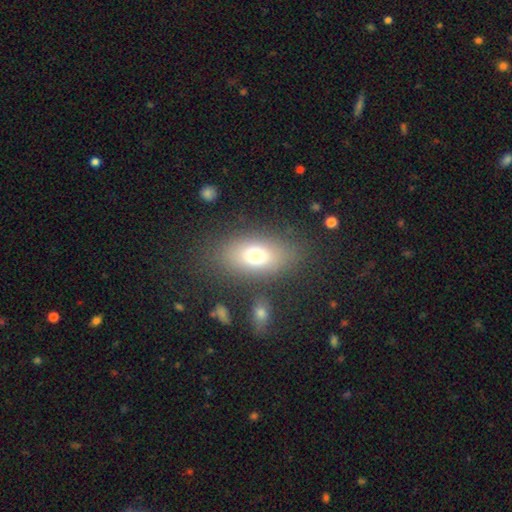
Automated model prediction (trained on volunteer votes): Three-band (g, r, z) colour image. It shows a smooth galaxy with no disk features (73%) that is in between round and cigar-shaped (84%). Merging: none (79%).